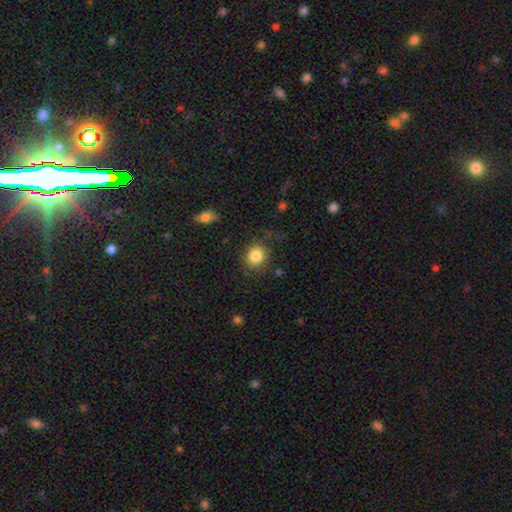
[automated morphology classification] Smooth or featured? Predicted: smooth (p=0.85). How rounded? Predicted: round (p=0.79). Merging? Predicted: none (p=0.80).